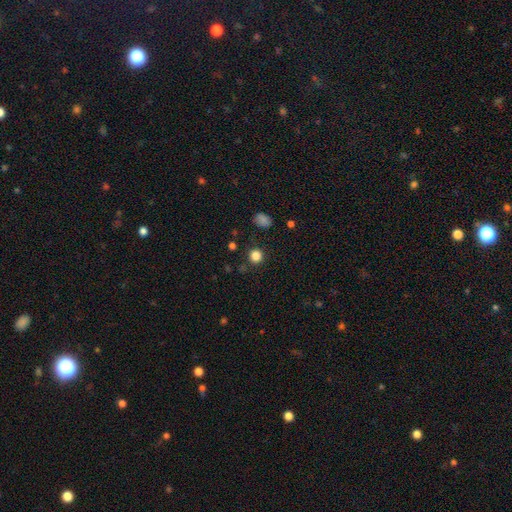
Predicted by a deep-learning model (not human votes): This is clearly a smooth galaxy (83%). How rounded: clearly round (92%). Merging: clearly none (88%).